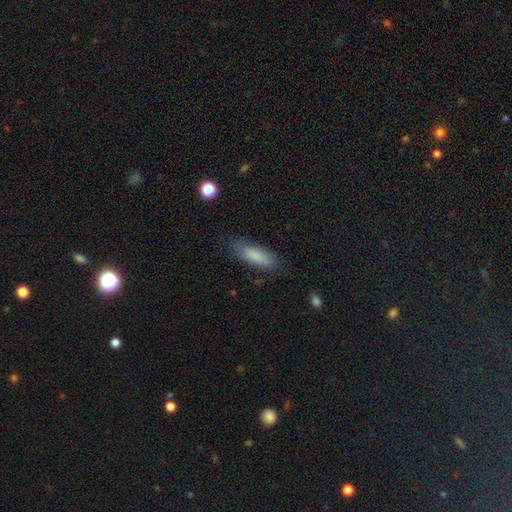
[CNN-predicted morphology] smooth 83%, featured or disk 11%, star or artifact 7%. Down the decision tree: how rounded — in between (51%); merging — none (80%).